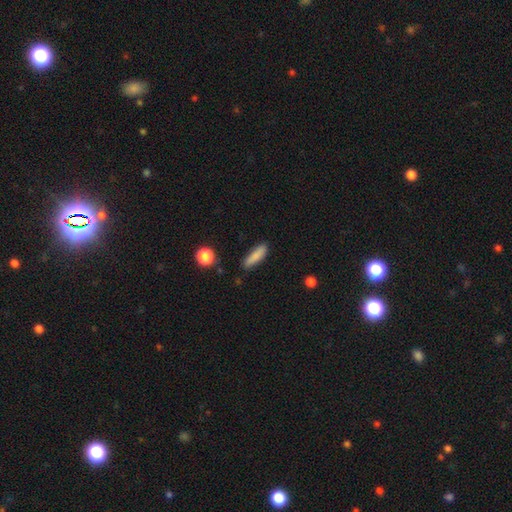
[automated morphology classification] type=smooth (83%); roundness=cigar-shaped (68%); merging=none (83%).